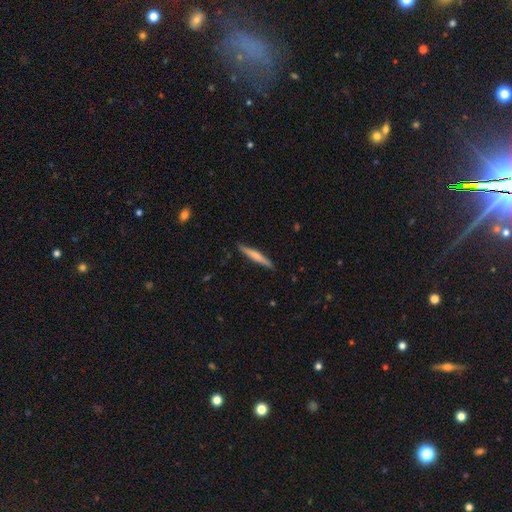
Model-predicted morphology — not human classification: A smooth galaxy with no disk features (58%) that is cigar-shaped (95%).

Vote fractions:
- Smooth or featured? smooth: 58% / featured or disk: 37% / star or artifact: 5%
- How rounded? cigar-shaped: 95% / in between: 4% / round: 1%
- Merging? none: 90% / minor disturbance: 8% / major disturbance: 1% / merger: 1%